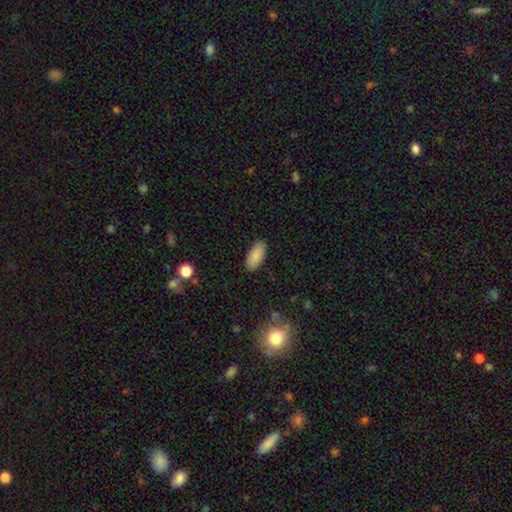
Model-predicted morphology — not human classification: This is clearly a smooth galaxy (88%). How rounded: clearly in between (91%). Merging: clearly none (87%).